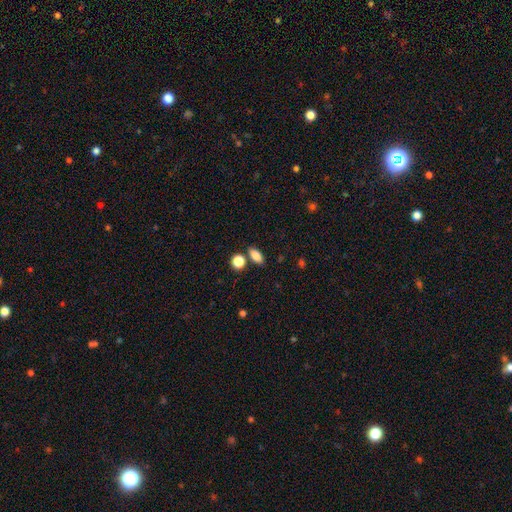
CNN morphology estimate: The model was most divided on "merging": none: 77%, minor disturbance: 10%, merger: 10%, major disturbance: 3%. More confident: smooth or featured — smooth (83%); how rounded — in between (82%).